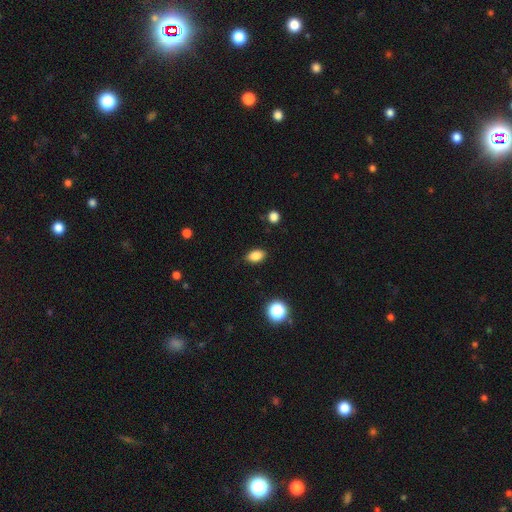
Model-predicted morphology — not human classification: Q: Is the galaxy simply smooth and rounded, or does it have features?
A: smooth — 86%.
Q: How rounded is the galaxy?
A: in between — 88%.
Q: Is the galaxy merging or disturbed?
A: none — 86%.